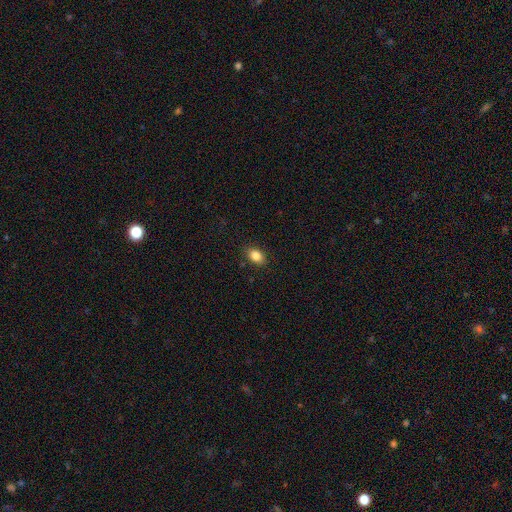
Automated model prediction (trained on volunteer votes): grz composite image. It shows a smooth galaxy with no disk features (85%) that is in between round and cigar-shaped (80%). Merging: none (88%).